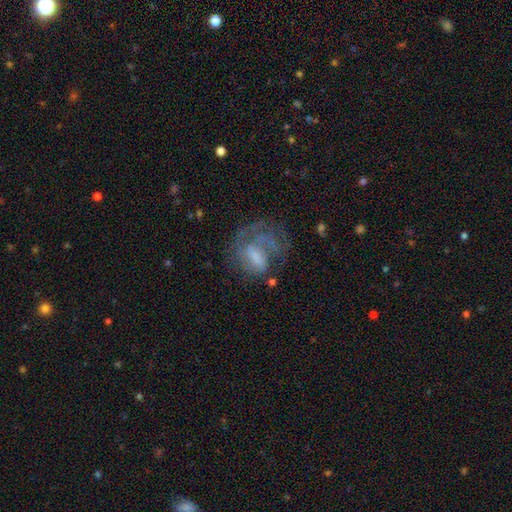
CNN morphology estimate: Smooth or featured? featured or disk (62%)
Edge-on disk? no (97%)
Bar? weak (42%)
Spiral arms? yes (63%)
Bulge size? small (34%)
Merging? major disturbance (40%)